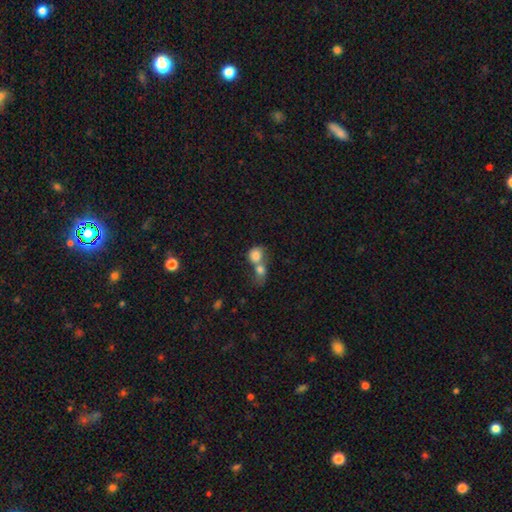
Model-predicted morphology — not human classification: Q: Smooth or featured?
A: smooth (79%); runner-up: featured or disk (11%)
Q: How rounded?
A: round (71%); runner-up: in between (28%)
Q: Merging?
A: merger (70%); runner-up: none (19%)